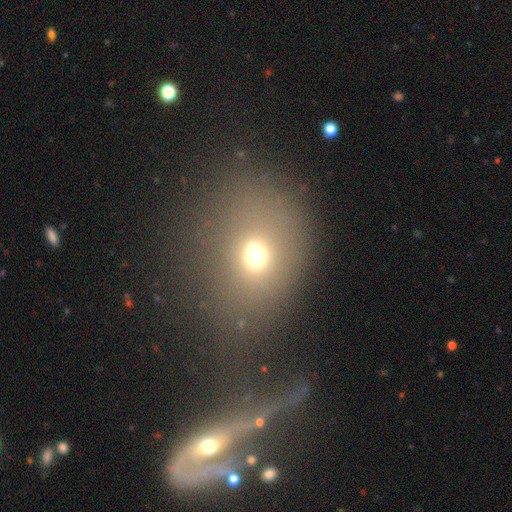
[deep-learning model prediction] The model was most divided on "how rounded": in between: 50%, round: 48%, cigar-shaped: 2%. More confident: merging — none (62%); smooth or featured — smooth (62%).